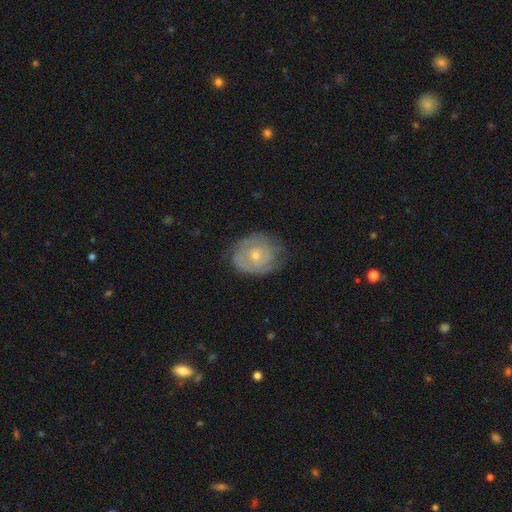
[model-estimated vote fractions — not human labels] This appears to be a featured or disk galaxy (68%) with no bar (79%), tight (68%) spiral arms (81%) and a small central bulge (62%). Merging: none (67%).